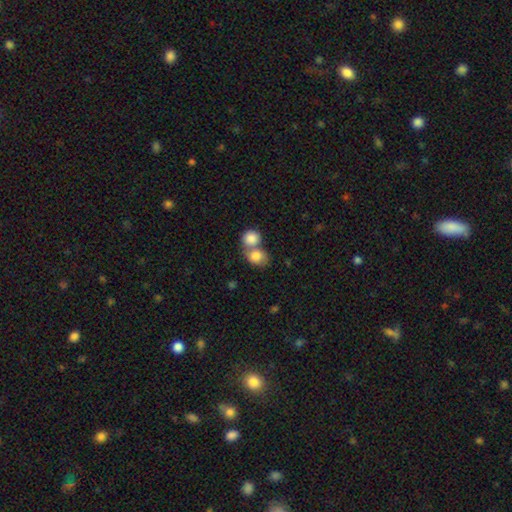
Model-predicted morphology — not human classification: Overall: smooth (83%). How rounded: round (56%; in between 43%). Merging: merger (63%; none 27%).